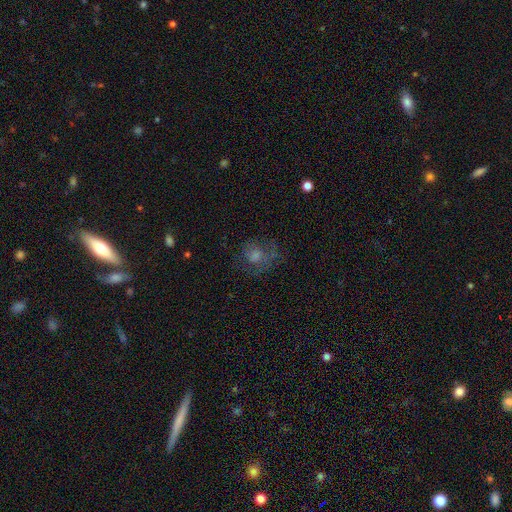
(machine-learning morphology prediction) Overall: smooth (57%; featured or disk 28%). How rounded: round (70%). Merging: none (52%; major disturbance 25%).